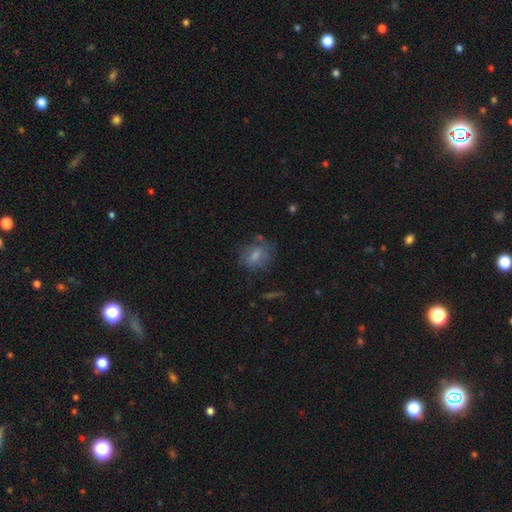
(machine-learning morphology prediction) This is likely a smooth galaxy (64%). How rounded: likely in between (62%). Merging: possibly none (60%).